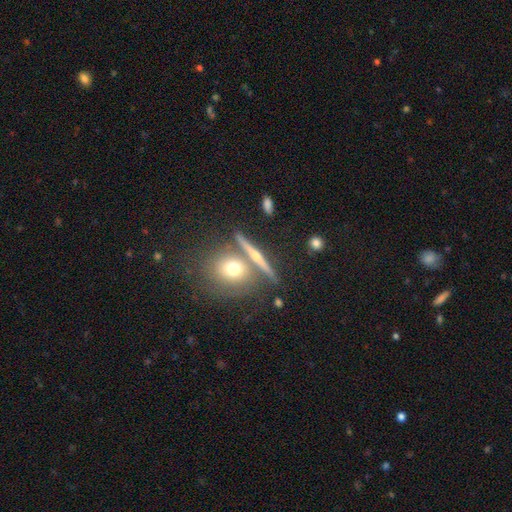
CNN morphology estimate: Smooth or featured? featured or disk (58%)
Edge-on disk? yes (89%)
Edge-on bulge? rounded (78%)
Merging? none (74%)